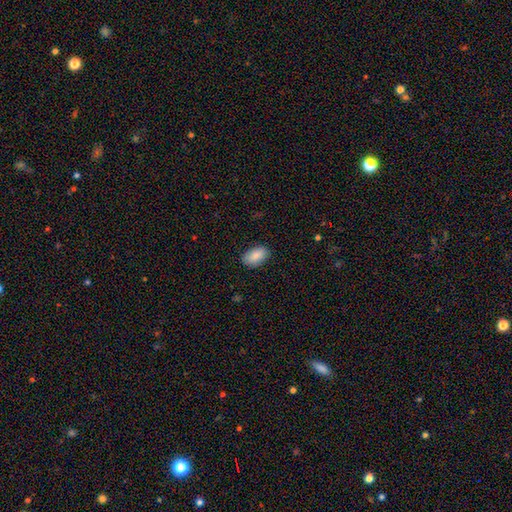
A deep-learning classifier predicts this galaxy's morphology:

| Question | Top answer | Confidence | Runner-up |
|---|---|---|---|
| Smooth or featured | smooth | 88% | star or artifact (6%) |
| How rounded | in between | 93% | round (5%) |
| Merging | none | 86% | minor disturbance (11%) |